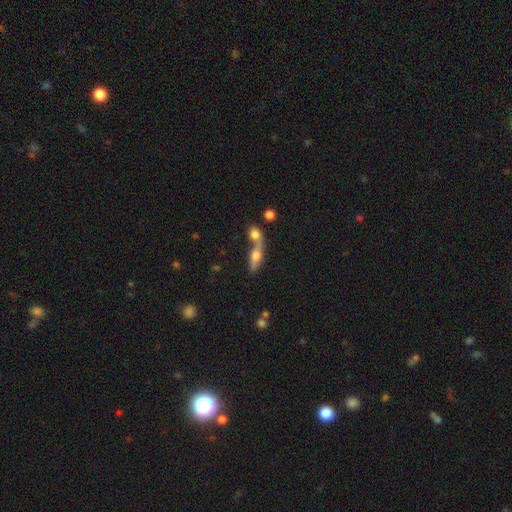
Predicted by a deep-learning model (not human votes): A smooth galaxy with no disk features (54%) that is in between round and cigar-shaped (50%). Merging: merger (55%).